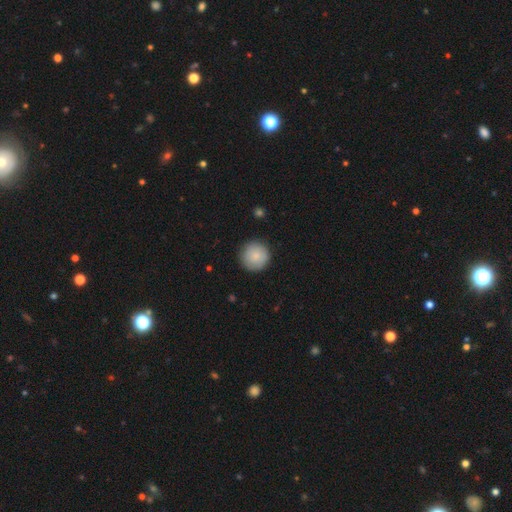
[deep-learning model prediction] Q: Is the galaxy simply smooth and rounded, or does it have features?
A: smooth — 85%.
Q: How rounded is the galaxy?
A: round — 96%.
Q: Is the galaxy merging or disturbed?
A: none — 89%.